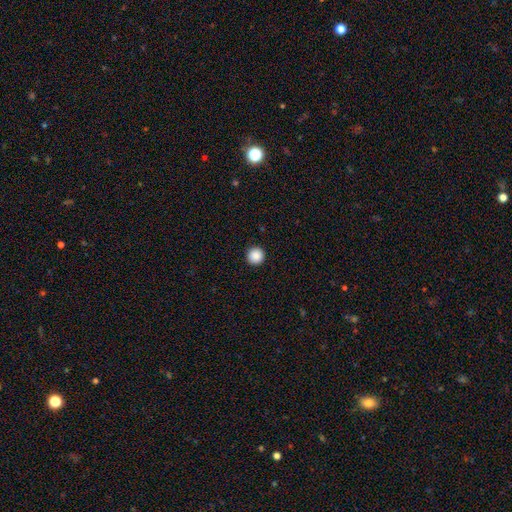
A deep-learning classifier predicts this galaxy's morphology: A smooth galaxy with no disk features (88%) that is round (97%).

Vote fractions:
- Smooth or featured? smooth: 88% / star or artifact: 9% / featured or disk: 3%
- How rounded? round: 97% / in between: 2% / cigar-shaped: 1%
- Merging? none: 94% / minor disturbance: 4% / major disturbance: 1% / merger: 1%